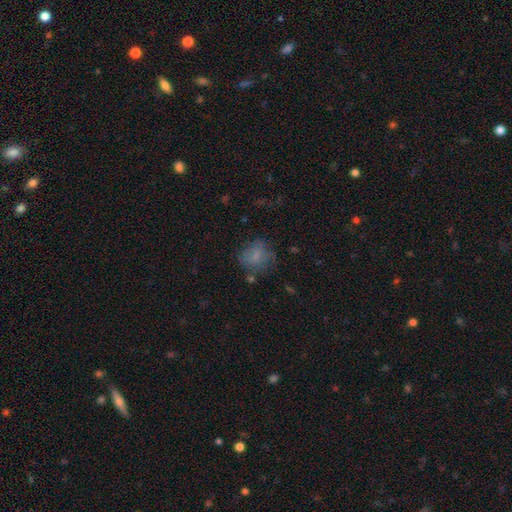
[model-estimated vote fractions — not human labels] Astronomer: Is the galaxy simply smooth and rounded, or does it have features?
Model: smooth — 64%.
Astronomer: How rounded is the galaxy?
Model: round — 63%.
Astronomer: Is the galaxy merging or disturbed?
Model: none — 57%.